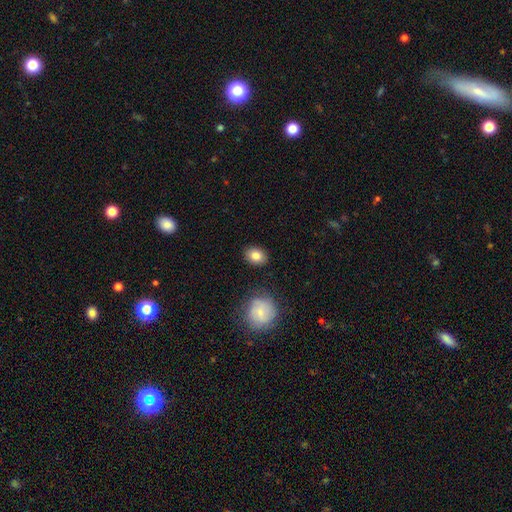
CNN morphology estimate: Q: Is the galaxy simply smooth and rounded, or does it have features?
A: smooth — 84%.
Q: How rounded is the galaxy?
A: in between — 60%.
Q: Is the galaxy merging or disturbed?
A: none — 85%.